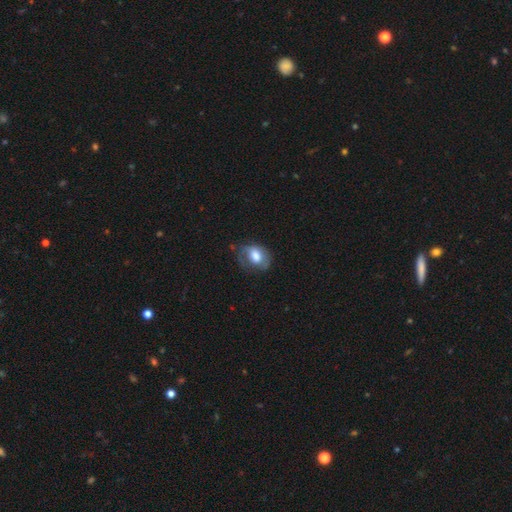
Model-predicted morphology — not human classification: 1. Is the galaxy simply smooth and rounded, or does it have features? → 56% smooth, 36% featured or disk, 8% star or artifact.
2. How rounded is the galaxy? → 65% in between, 34% round, 1% cigar-shaped.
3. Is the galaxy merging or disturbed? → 52% none, 29% minor disturbance, 17% major disturbance, 2% merger.